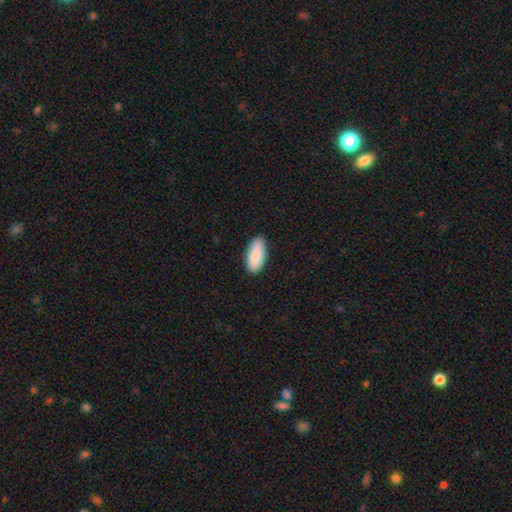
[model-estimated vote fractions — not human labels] Q: Smooth or featured?
A: smooth (85%); runner-up: featured or disk (10%)
Q: How rounded?
A: in between (90%); runner-up: cigar-shaped (8%)
Q: Merging?
A: none (88%); runner-up: minor disturbance (9%)